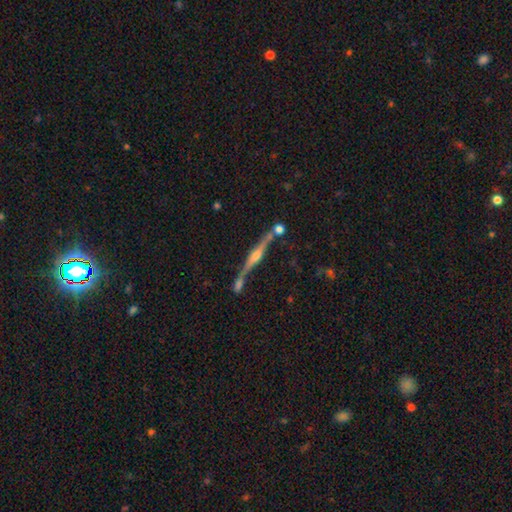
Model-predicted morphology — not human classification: A featured or disk galaxy (84%) viewed edge-on (97%) with a rounded central bulge (88%). Merging: none (72%).